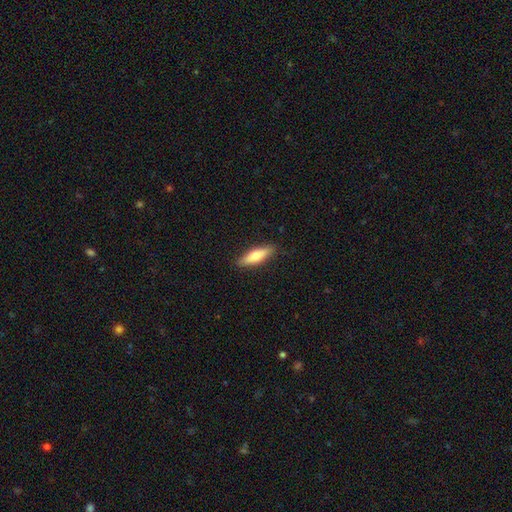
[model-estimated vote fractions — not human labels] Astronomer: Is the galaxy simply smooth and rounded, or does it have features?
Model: smooth — 69%.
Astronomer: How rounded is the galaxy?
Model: cigar-shaped — 61% (runner-up: in between, 37%).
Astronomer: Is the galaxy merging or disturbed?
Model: none — 88%.